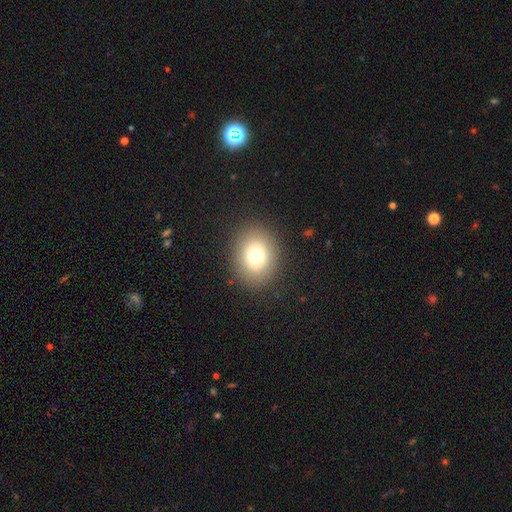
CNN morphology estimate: Q: Smooth or featured?
A: smooth (73%); runner-up: featured or disk (14%)
Q: How rounded?
A: round (58%); runner-up: in between (41%)
Q: Merging?
A: none (87%); runner-up: minor disturbance (8%)